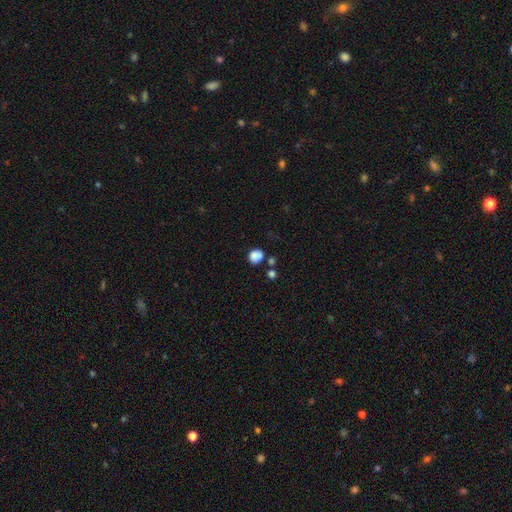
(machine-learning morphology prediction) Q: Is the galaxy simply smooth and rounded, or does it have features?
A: smooth — 83%.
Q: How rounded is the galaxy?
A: round — 75%.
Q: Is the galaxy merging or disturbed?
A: none — 63%.